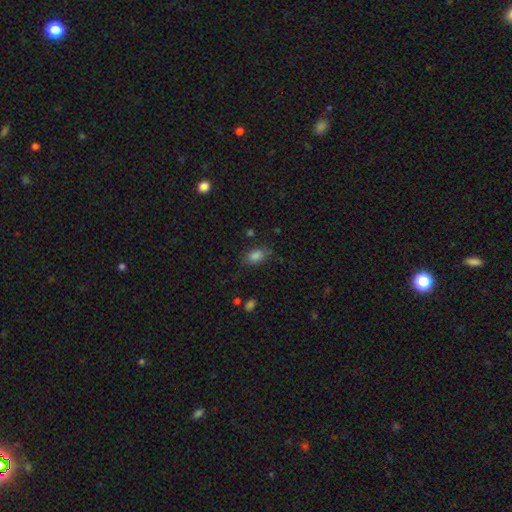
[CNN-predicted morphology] smooth 83%, star or artifact 11%, featured or disk 7%. Down the decision tree: how rounded — in between (85%); merging — none (74%).